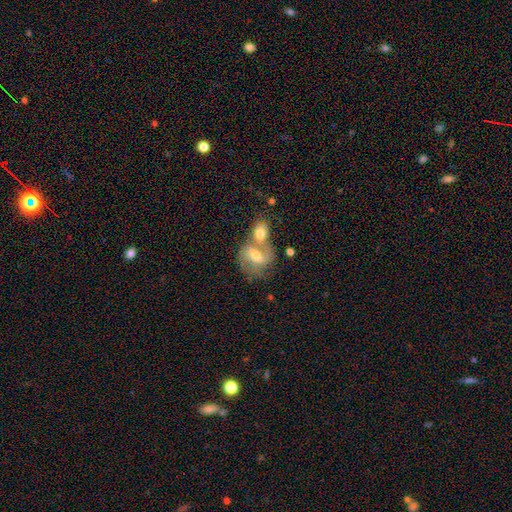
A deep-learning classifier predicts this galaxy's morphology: Q: Smooth or featured?
A: featured or disk (62%); runner-up: smooth (31%)
Q: Edge-on disk?
A: no (96%); runner-up: yes (4%)
Q: Bar?
A: weak (49%); runner-up: no (26%)
Q: Spiral arms?
A: yes (82%); runner-up: no (18%)
Q: Bulge size?
A: moderate (57%); runner-up: small (36%)
Q: Merging?
A: merger (61%); runner-up: none (25%)